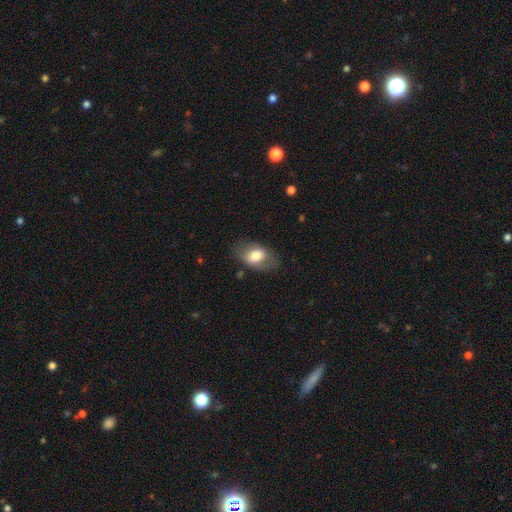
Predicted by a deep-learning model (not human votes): smooth_or_featured: smooth (p=0.68) [alt: featured or disk p=0.26]
how_rounded: in between (p=0.89) [alt: round p=0.10]
merging: none (p=0.75) [alt: minor disturbance p=0.17]